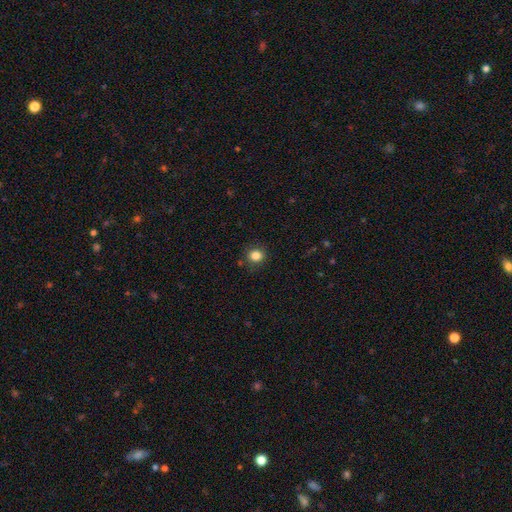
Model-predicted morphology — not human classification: type=smooth (83%); roundness=round (81%); merging=none (85%).